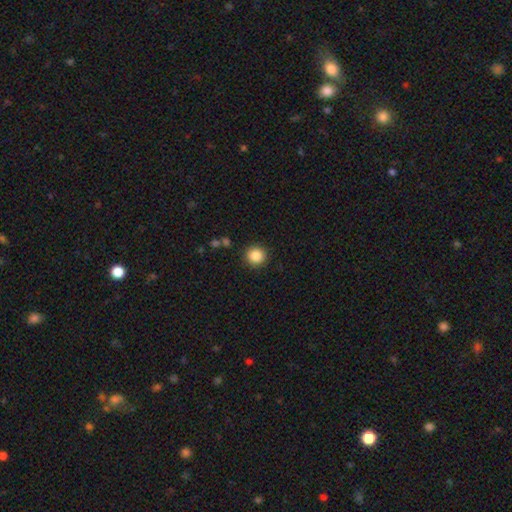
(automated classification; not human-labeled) Q: Smooth or featured?
A: smooth (86%); runner-up: star or artifact (10%)
Q: How rounded?
A: round (93%); runner-up: in between (6%)
Q: Merging?
A: none (90%); runner-up: minor disturbance (6%)